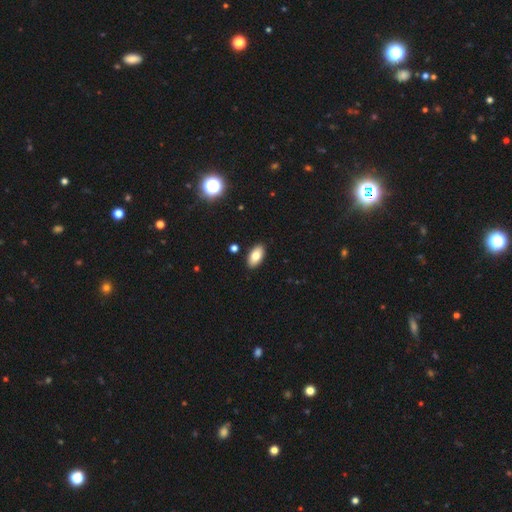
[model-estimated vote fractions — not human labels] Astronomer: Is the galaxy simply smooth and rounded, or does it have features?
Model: smooth — 79%.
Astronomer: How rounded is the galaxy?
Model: in between — 93%.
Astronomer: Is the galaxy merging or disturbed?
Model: none — 89%.